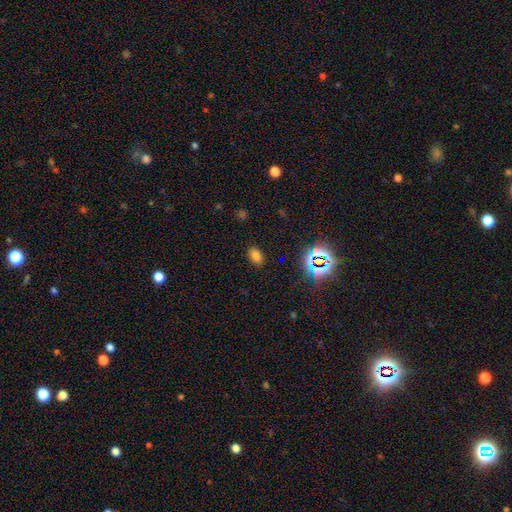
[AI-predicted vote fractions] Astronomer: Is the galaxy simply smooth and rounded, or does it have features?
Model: smooth — 72%.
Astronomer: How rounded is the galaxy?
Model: in between — 88%.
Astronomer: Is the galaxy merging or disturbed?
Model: none — 87%.